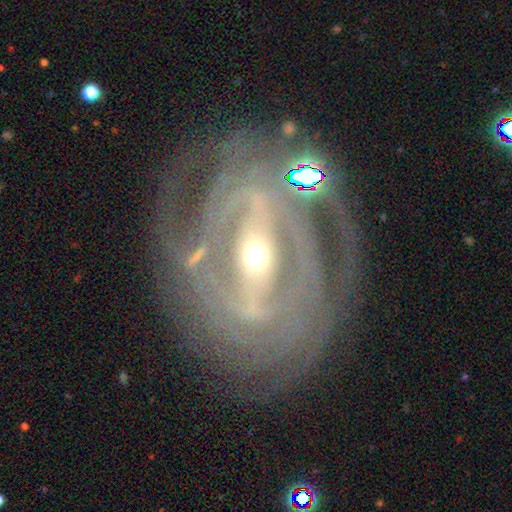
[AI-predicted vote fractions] A featured or disk galaxy (89%) with a strong bar (62%), 2 (36%) tight (60%) spiral arms (90%) and a moderate central bulge (49%).

Vote fractions:
- Smooth or featured? featured or disk: 89% / smooth: 5% / star or artifact: 5%
- Edge-on disk? no: 95% / yes: 5%
- Bar? strong: 62% / weak: 23% / no: 15%
- Spiral arms? yes: 90% / no: 10%
- Spiral winding? tight: 60% / medium: 29% / loose: 11%
- Spiral arm count? 2: 36% / can't tell: 24% / 3: 13% / 4: 10% / more than 4: 9% / 1: 8%
- Bulge size? moderate: 49% / small: 44% / large: 5% / dominant: 1% / none: 1%
- Merging? none: 63% / minor disturbance: 16% / major disturbance: 14% / merger: 7%